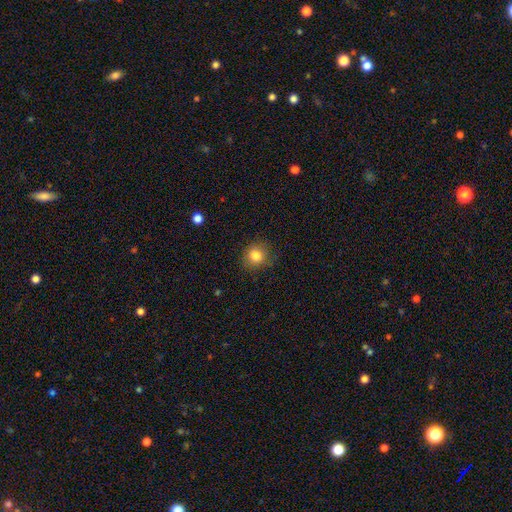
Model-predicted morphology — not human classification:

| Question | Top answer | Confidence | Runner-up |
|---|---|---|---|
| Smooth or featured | smooth | 83% | star or artifact (11%) |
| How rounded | round | 81% | in between (18%) |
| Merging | none | 82% | minor disturbance (13%) |